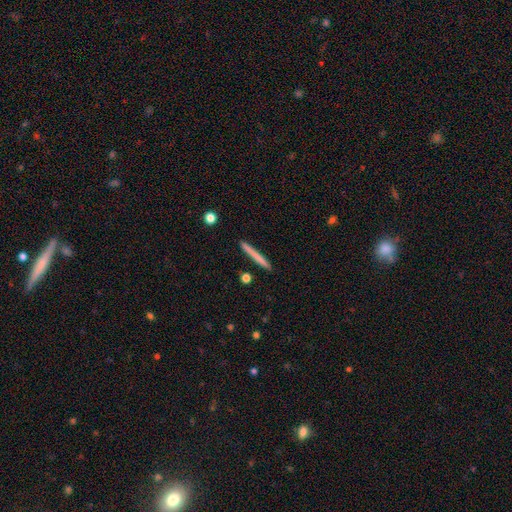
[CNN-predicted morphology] smooth-or-featured: smooth: 68% | featured or disk: 26% | star or artifact: 6%
  how-rounded: cigar-shaped: 97% | in between: 2% | round: 1%
  merging: none: 90% | minor disturbance: 7% | merger: 2% | major disturbance: 1%